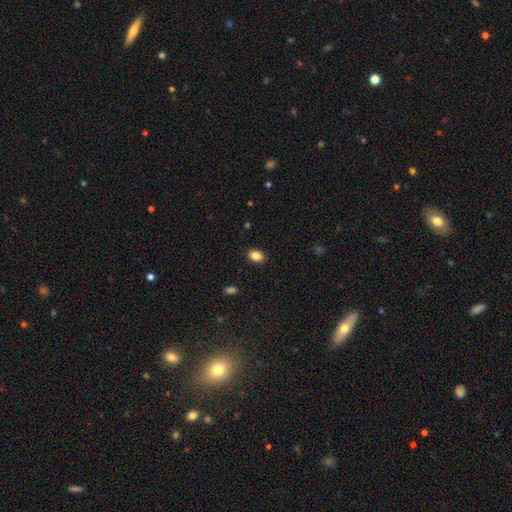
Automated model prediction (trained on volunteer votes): Smooth or featured?
  - smooth: 87% *
  - star or artifact: 9%
  - featured or disk: 4%
How rounded?
  - in between: 79% *
  - round: 19%
  - cigar-shaped: 1%
Merging?
  - none: 89% *
  - minor disturbance: 8%
  - major disturbance: 2%
  - merger: 1%